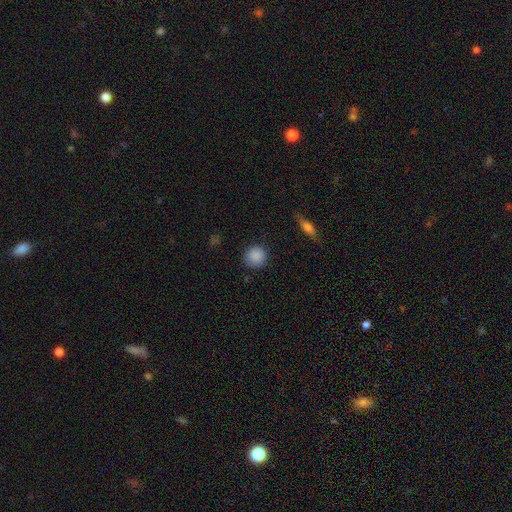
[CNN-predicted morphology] The model was most divided on "merging": none: 88%, minor disturbance: 9%, major disturbance: 3%, merger: 1%. More confident: how rounded — round (92%); smooth or featured — smooth (88%).